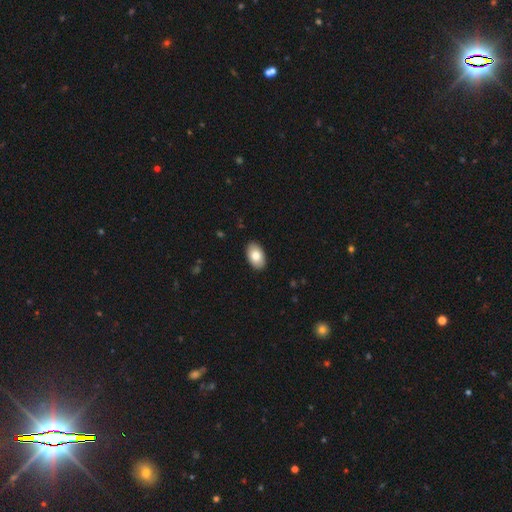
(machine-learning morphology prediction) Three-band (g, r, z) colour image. It shows a smooth galaxy with no disk features (80%) that is in between round and cigar-shaped (94%). Merging: none (90%).